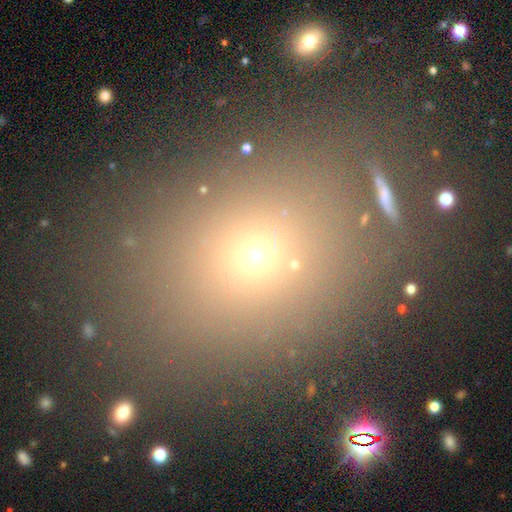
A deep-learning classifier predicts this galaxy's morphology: smooth-or-featured: smooth: 63% | star or artifact: 25% | featured or disk: 11%
  how-rounded: round: 54% | in between: 43% | cigar-shaped: 3%
  merging: none: 75% | minor disturbance: 11% | merger: 10% | major disturbance: 5%